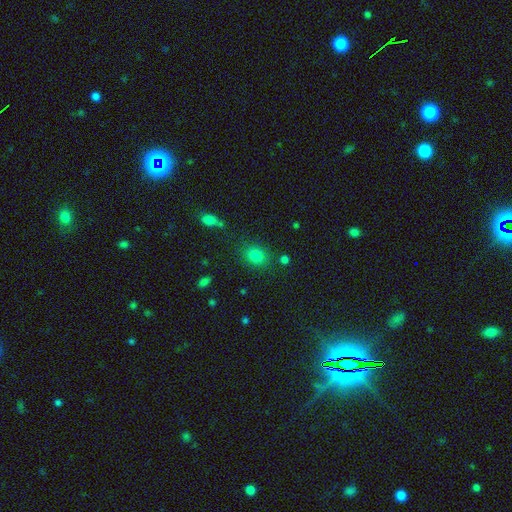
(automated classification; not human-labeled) A smooth galaxy with no disk features (81%) that is round (61%).

Vote fractions:
- Smooth or featured? smooth: 81% / star or artifact: 13% / featured or disk: 6%
- How rounded? round: 61% / in between: 37% / cigar-shaped: 1%
- Merging? none: 80% / minor disturbance: 11% / merger: 4% / major disturbance: 4%